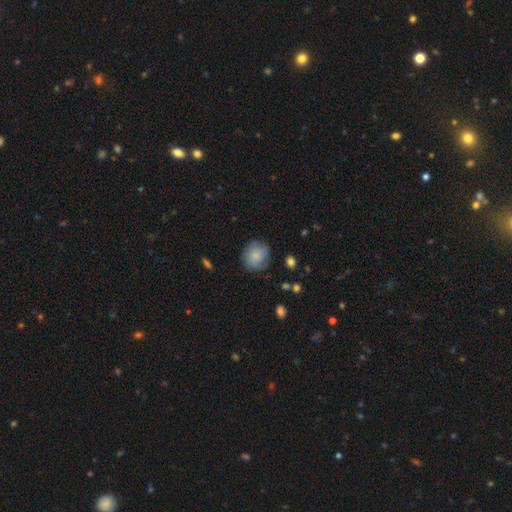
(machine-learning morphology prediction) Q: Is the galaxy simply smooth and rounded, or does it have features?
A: smooth — 76%.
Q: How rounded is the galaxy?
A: round — 82%.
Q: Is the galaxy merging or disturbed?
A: none — 78%.